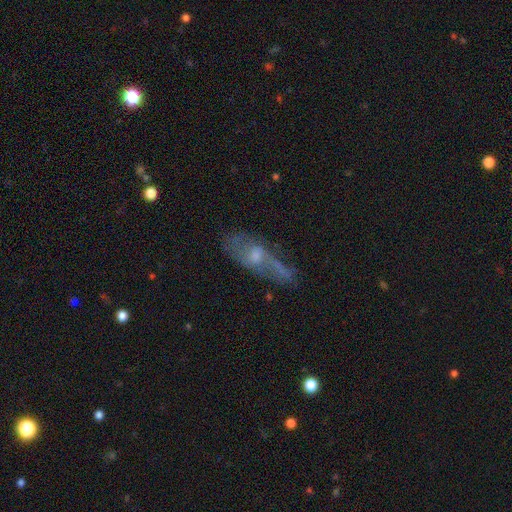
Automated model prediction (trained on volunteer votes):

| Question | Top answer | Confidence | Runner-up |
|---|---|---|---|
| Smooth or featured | featured or disk | 60% | smooth (32%) |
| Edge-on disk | no | 81% | yes (19%) |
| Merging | none | 48% | minor disturbance (26%) |